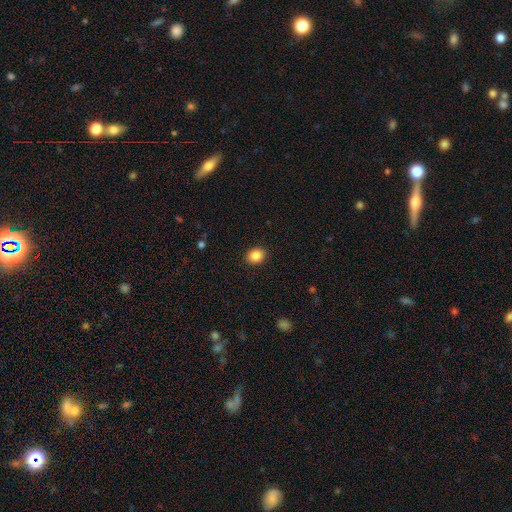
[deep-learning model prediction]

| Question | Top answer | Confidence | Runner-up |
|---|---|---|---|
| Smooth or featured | smooth | 87% | star or artifact (9%) |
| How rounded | round | 54% | in between (45%) |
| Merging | none | 90% | minor disturbance (7%) |